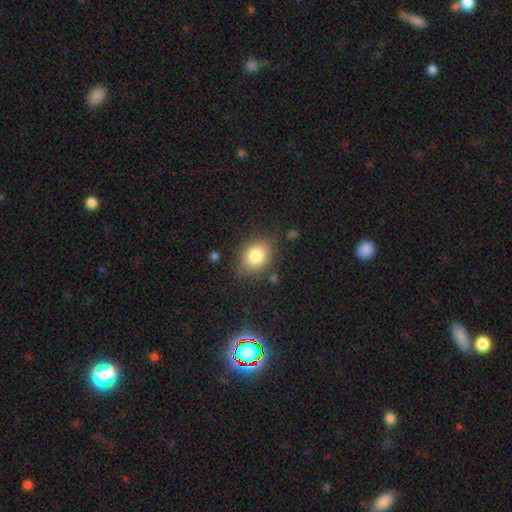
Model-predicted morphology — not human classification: Smooth or featured? smooth (81%)
How rounded? in between (62%)
Merging? none (76%)